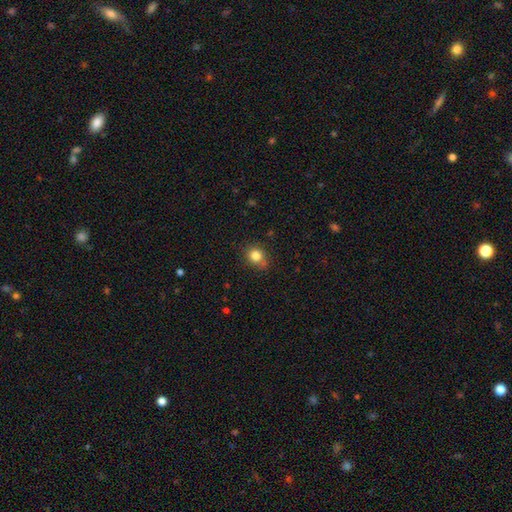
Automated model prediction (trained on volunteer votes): This is clearly a smooth galaxy (82%). How rounded: likely round (80%). Merging: likely none (73%).